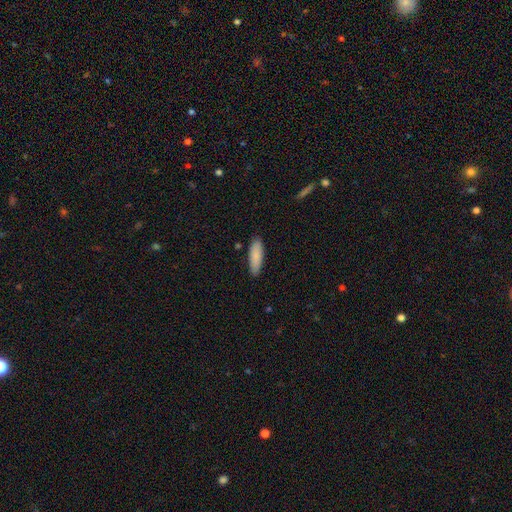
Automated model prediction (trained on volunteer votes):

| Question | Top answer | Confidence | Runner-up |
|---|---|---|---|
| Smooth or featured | smooth | 87% | featured or disk (8%) |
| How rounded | cigar-shaped | 55% | in between (43%) |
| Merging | none | 88% | minor disturbance (9%) |